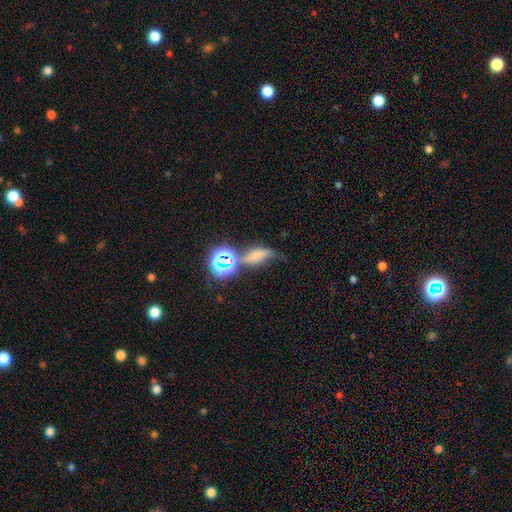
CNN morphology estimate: smooth-or-featured: smooth: 46% | featured or disk: 27% | star or artifact: 26%
  merging: none: 40% | minor disturbance: 23% | merger: 19% | major disturbance: 18%